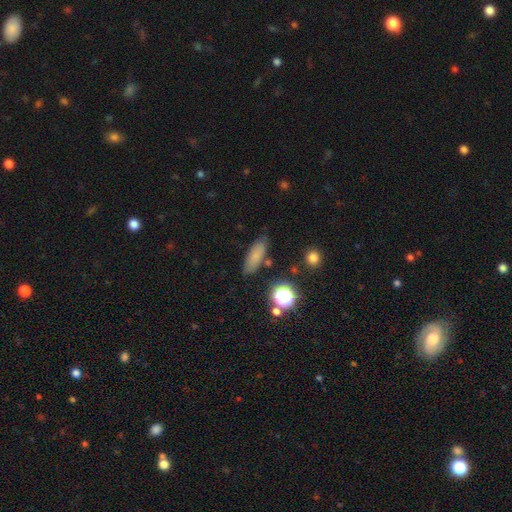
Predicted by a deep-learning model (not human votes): Smooth or featured?
  - smooth: 77% *
  - star or artifact: 12%
  - featured or disk: 11%
How rounded?
  - in between: 59% *
  - cigar-shaped: 36%
  - round: 5%
Merging?
  - none: 79% *
  - minor disturbance: 14%
  - major disturbance: 4%
  - merger: 4%